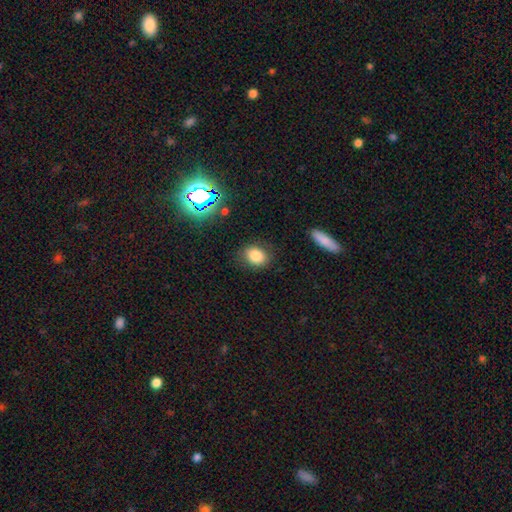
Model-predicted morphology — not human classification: Smooth or featured? smooth (82%)
How rounded? in between (53%)
Merging? none (82%)